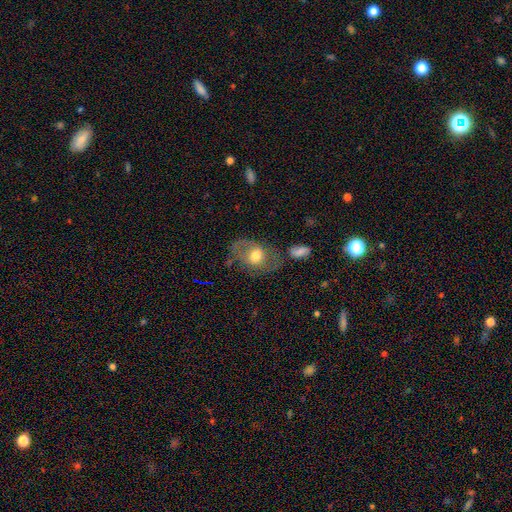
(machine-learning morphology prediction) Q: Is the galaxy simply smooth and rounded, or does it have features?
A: smooth — 49%.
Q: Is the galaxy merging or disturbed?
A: none — 53%.